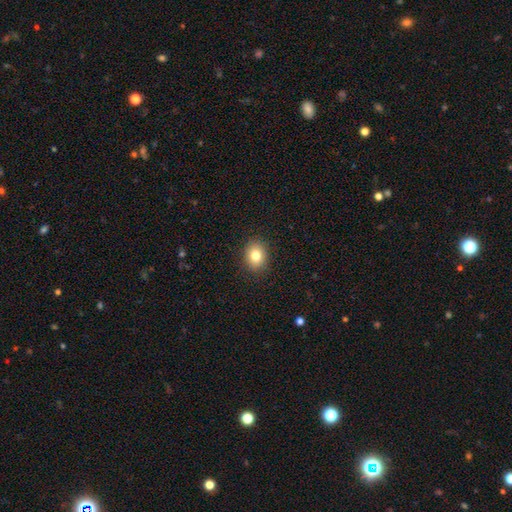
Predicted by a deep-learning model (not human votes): Smooth or featured?
  - smooth: 82% *
  - star or artifact: 10%
  - featured or disk: 8%
How rounded?
  - in between: 51% *
  - round: 48%
  - cigar-shaped: 1%
Merging?
  - none: 90% *
  - minor disturbance: 7%
  - major disturbance: 2%
  - merger: 1%